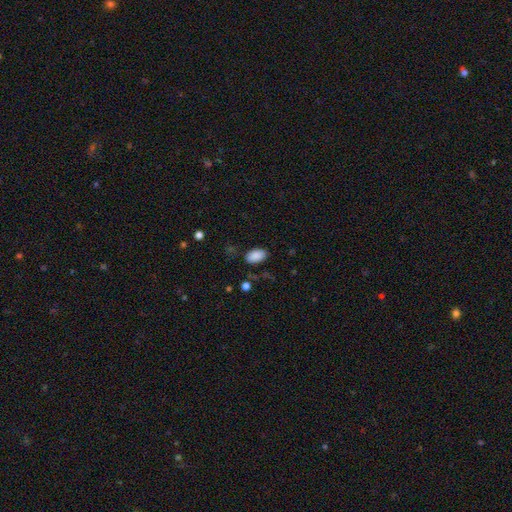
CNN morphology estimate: smooth-or-featured: smooth: 88% | star or artifact: 8% | featured or disk: 4%
  how-rounded: in between: 94% | round: 5% | cigar-shaped: 1%
  merging: none: 81% | minor disturbance: 13% | major disturbance: 4% | merger: 2%